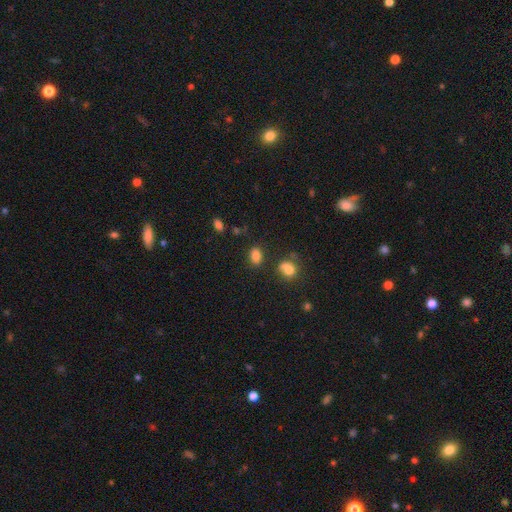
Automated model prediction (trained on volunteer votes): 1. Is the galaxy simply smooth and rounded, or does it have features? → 82% smooth, 12% star or artifact, 6% featured or disk.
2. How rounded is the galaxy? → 80% in between, 18% round, 2% cigar-shaped.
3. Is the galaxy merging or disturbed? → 74% none, 14% minor disturbance, 8% merger, 4% major disturbance.